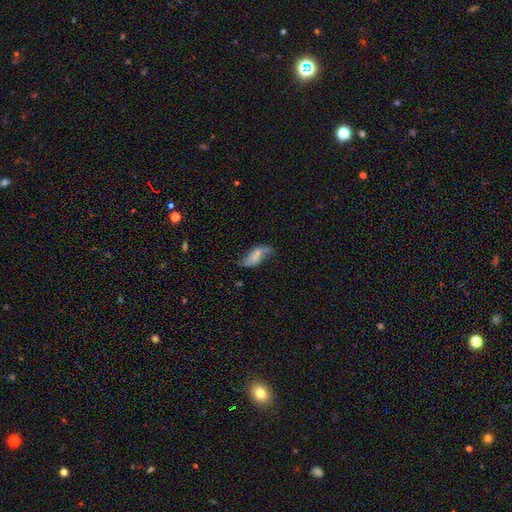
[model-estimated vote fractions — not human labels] Smooth or featured? smooth (47%)
Merging? none (45%)